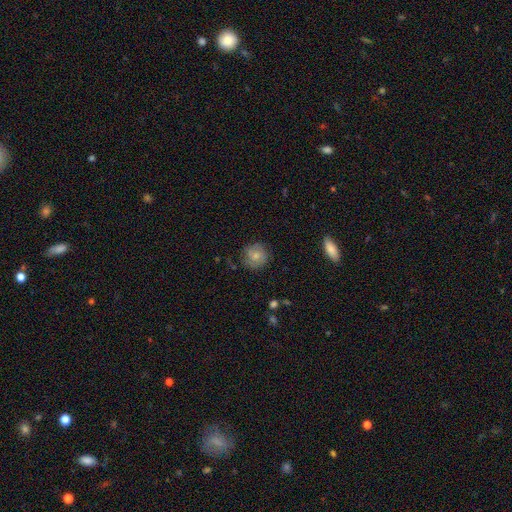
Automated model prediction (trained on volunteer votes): Morphology: type=smooth (67%); roundness=round (91%); merging=none (77%).